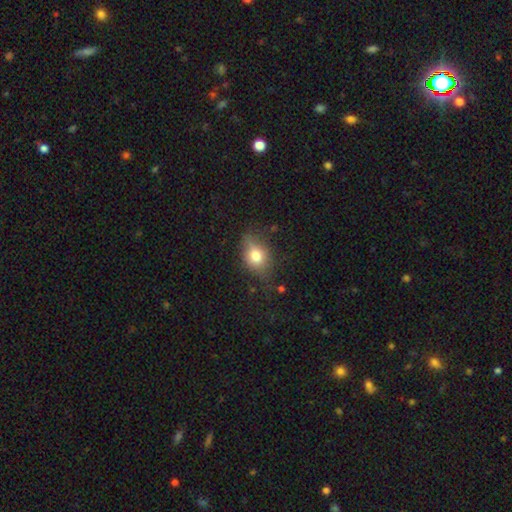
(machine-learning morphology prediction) Q: Smooth or featured?
A: smooth (71%); runner-up: featured or disk (18%)
Q: How rounded?
A: in between (64%); runner-up: round (33%)
Q: Merging?
A: none (58%); runner-up: minor disturbance (28%)